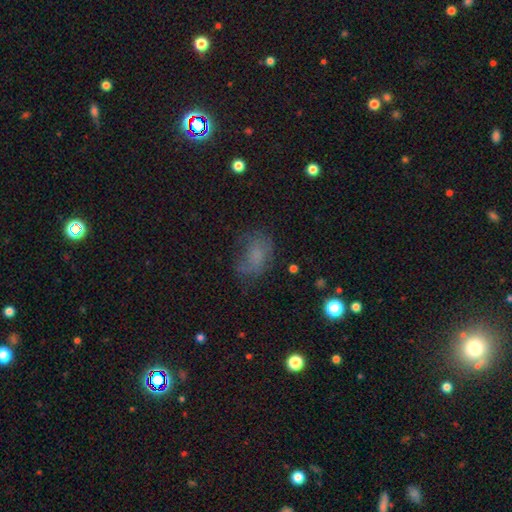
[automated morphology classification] Smooth or featured? Predicted: smooth (p=0.61). How rounded? Predicted: in between (p=0.80). Merging? Predicted: none (p=0.53).